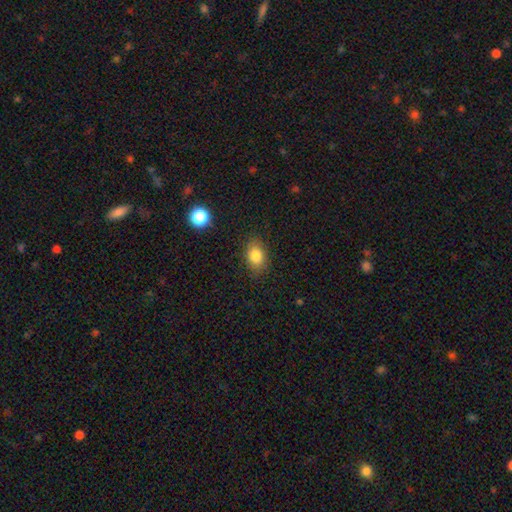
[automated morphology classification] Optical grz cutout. It shows a smooth galaxy with no disk features (83%) that is in between round and cigar-shaped (76%). Merging: none (84%).